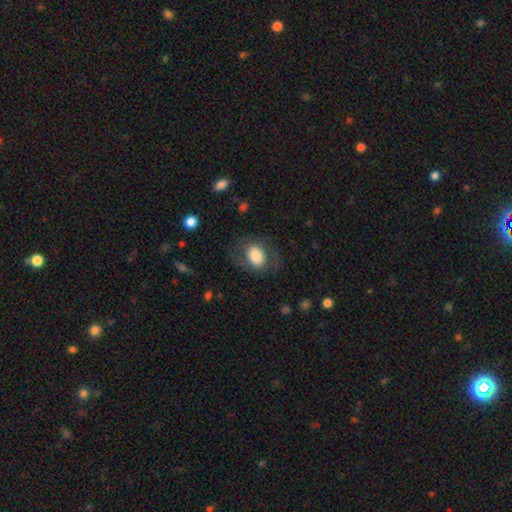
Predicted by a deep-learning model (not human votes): Overall: smooth (64%; featured or disk 28%). How rounded: in between (66%; round 33%). Merging: none (66%).